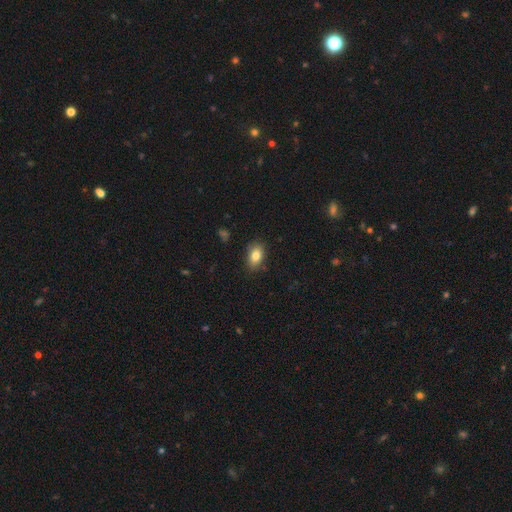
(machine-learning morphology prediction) Overall: smooth (83%). How rounded: in between (87%). Merging: none (84%).